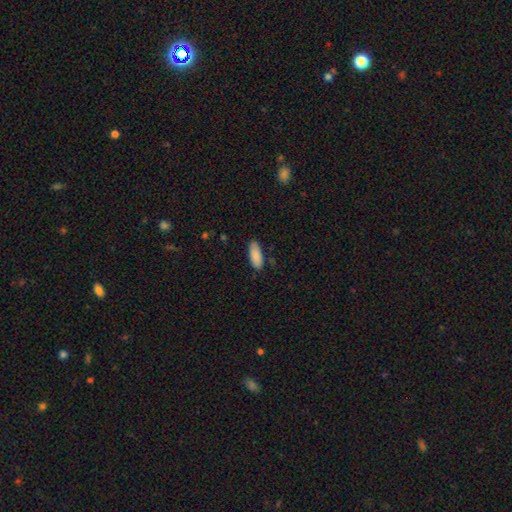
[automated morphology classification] Smooth or featured? smooth (89%)
How rounded? in between (81%)
Merging? none (84%)